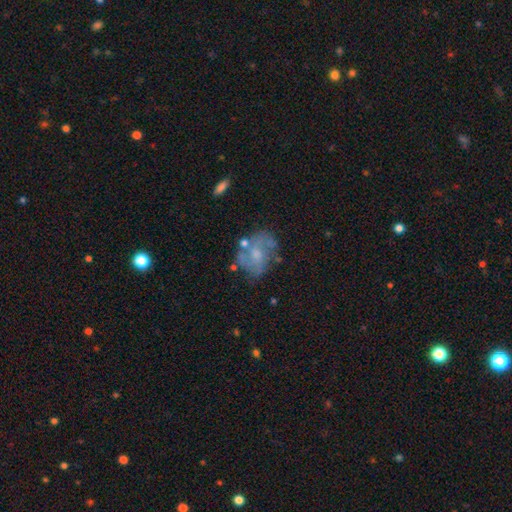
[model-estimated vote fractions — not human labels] This appears to be a featured or disk galaxy (64%) with no bar (67%), spiral arms (63%) and a moderate central bulge (43%). Merging: none (52%).